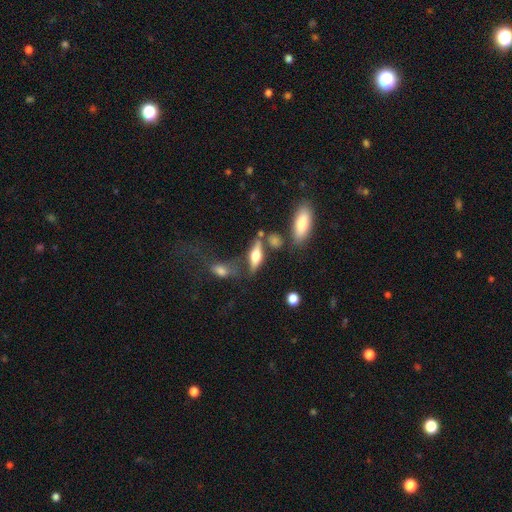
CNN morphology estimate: This is possibly a smooth galaxy (47%). Merging: possibly none (56%).